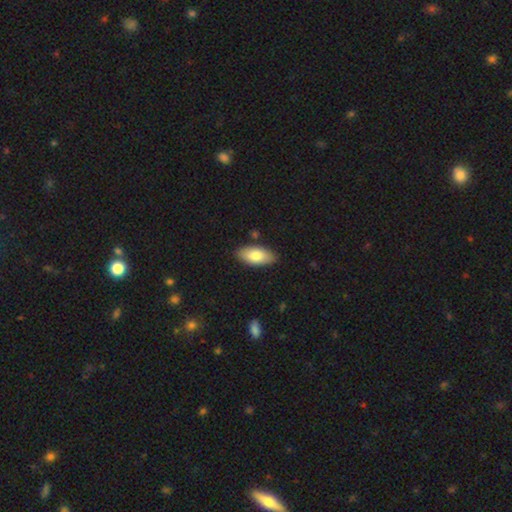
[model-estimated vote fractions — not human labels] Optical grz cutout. It shows a smooth galaxy with no disk features (81%) that is in between round and cigar-shaped (89%). Merging: none (86%).